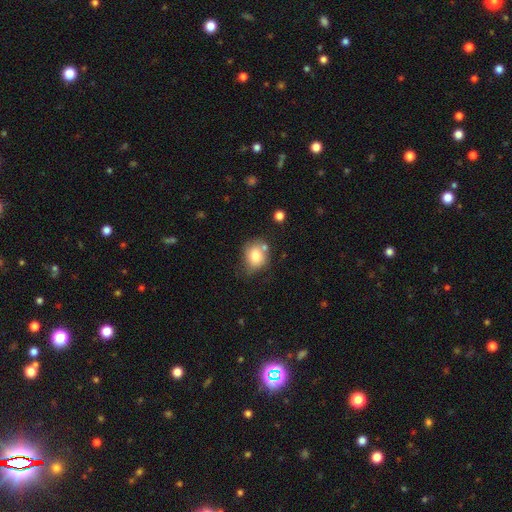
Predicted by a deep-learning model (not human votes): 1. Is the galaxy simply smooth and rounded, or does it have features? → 77% smooth, 14% featured or disk, 9% star or artifact.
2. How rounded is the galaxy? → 61% round, 38% in between, 1% cigar-shaped.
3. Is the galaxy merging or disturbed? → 53% none, 25% minor disturbance, 15% merger, 7% major disturbance.